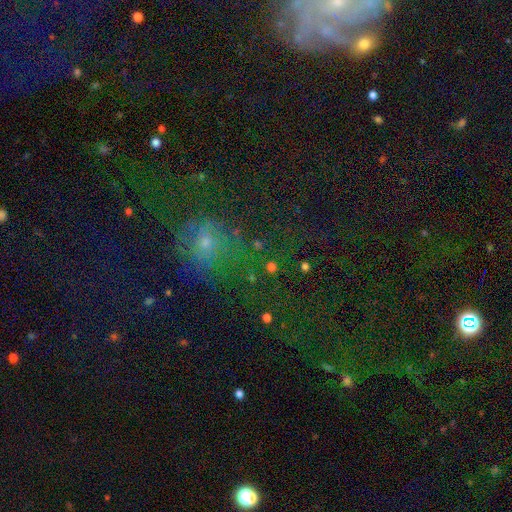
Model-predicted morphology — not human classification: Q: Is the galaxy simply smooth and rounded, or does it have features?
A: star or artifact — 38%.